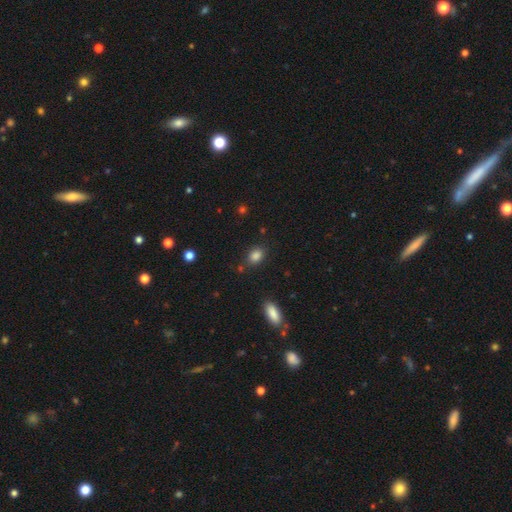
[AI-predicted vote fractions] Smooth or featured? smooth (85%)
How rounded? in between (69%)
Merging? none (79%)